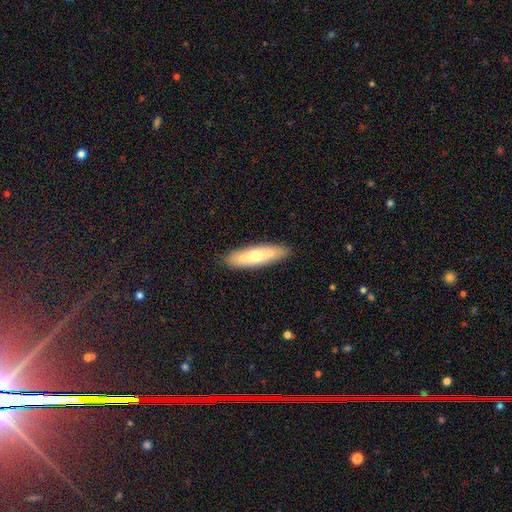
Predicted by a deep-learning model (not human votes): A smooth galaxy with no disk features (54%) that is cigar-shaped (62%).

Vote fractions:
- Smooth or featured? smooth: 54% / featured or disk: 39% / star or artifact: 7%
- How rounded? cigar-shaped: 62% / in between: 36% / round: 2%
- Merging? none: 89% / minor disturbance: 8% / major disturbance: 2% / merger: 1%